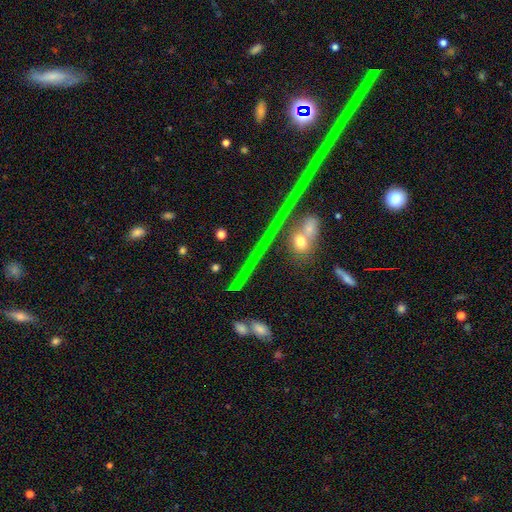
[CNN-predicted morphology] smooth_or_featured: star or artifact (p=0.63) [alt: featured or disk p=0.23]